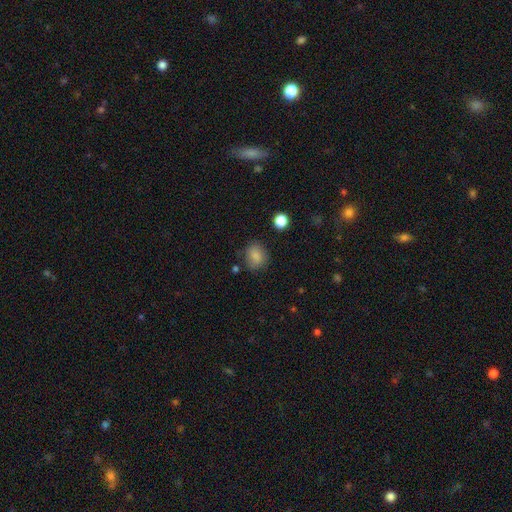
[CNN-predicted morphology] Smooth or featured? smooth (82%)
How rounded? round (59%)
Merging? none (73%)